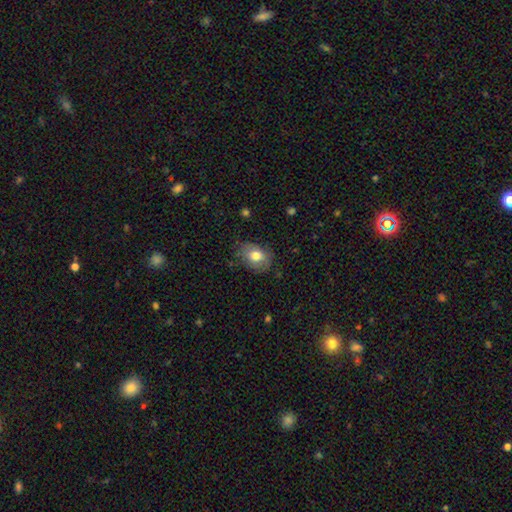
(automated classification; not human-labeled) smooth 74%, featured or disk 18%, star or artifact 8%. Down the decision tree: how rounded — in between (76%); merging — none (71%).